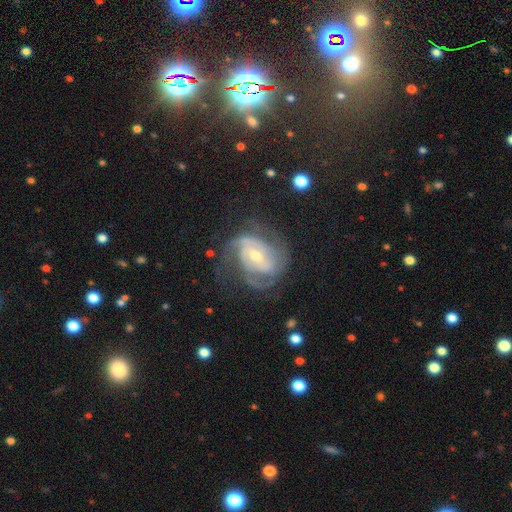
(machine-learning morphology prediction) Smooth or featured: featured or disk — 88% (smooth — 7%)
Edge-on disk: no — 97% (yes — 3%)
Bar: weak — 45% (no — 36%)
Spiral arms: yes — 96% (no — 4%)
Spiral winding: tight — 49% (medium — 40%)
Spiral arm count: 2 — 38% (3 — 27%)
Bulge size: moderate — 51% (small — 44%)
Merging: none — 60% (minor disturbance — 21%)